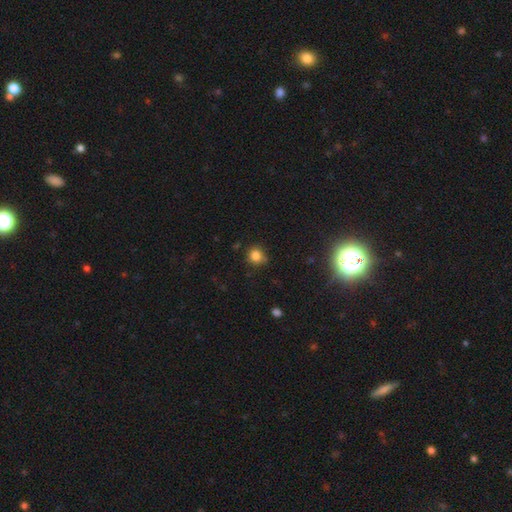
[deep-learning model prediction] Q: Smooth or featured?
A: smooth (82%); runner-up: star or artifact (12%)
Q: How rounded?
A: round (88%); runner-up: in between (12%)
Q: Merging?
A: none (76%); runner-up: minor disturbance (17%)